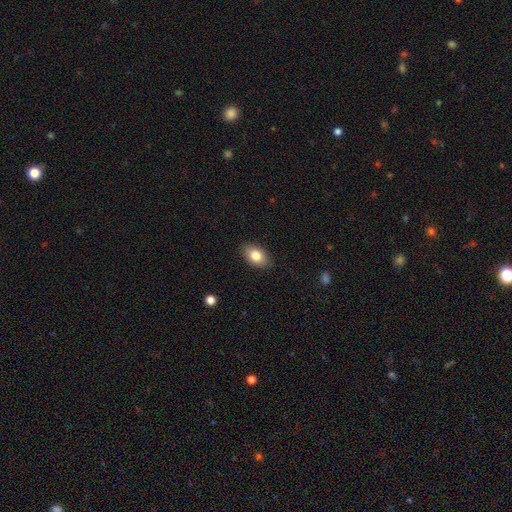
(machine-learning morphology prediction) Smooth or featured? smooth (82%)
How rounded? in between (87%)
Merging? none (86%)